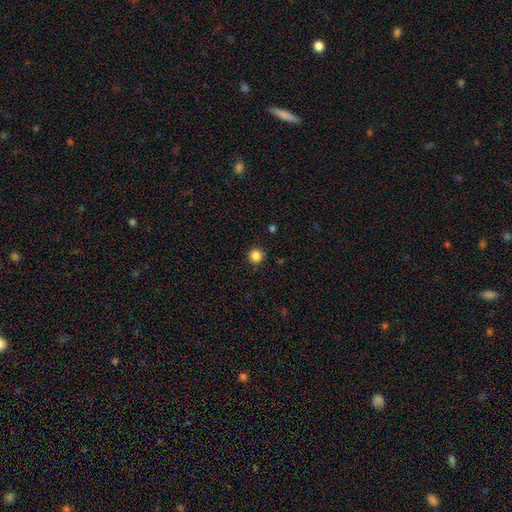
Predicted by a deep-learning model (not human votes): Morphology: type=smooth (84%); roundness=round (95%); merging=none (90%).